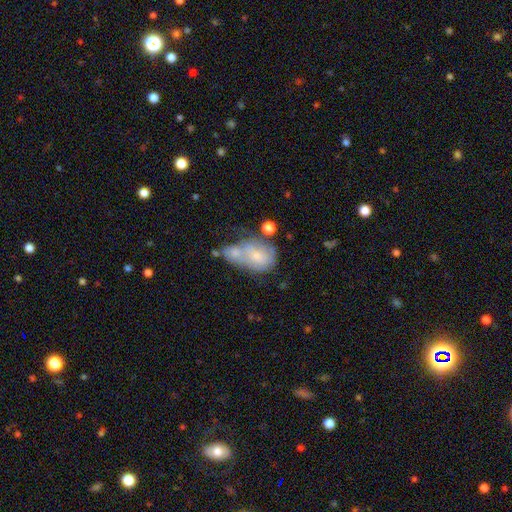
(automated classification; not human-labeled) This appears to be a smooth galaxy with no disk features (55%) that is in between round and cigar-shaped (68%). Merging: merger (54%).